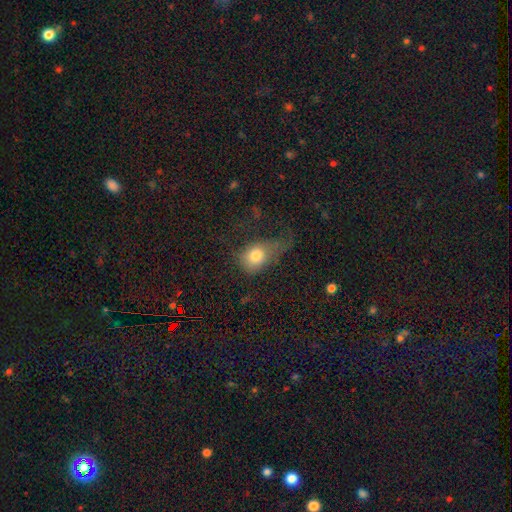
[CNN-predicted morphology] The model was most divided on "merging": major disturbance: 44%, none: 28%, minor disturbance: 25%, merger: 3%. More confident: smooth or featured — smooth (74%); how rounded — in between (59%).